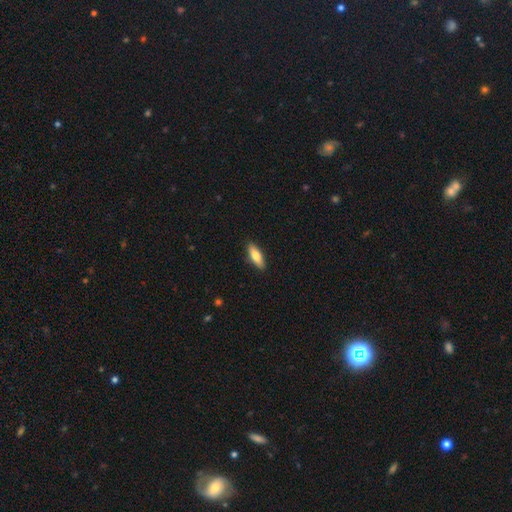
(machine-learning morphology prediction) This appears to be a smooth galaxy with no disk features (75%) that is in between round and cigar-shaped (57%). Merging: none (89%).